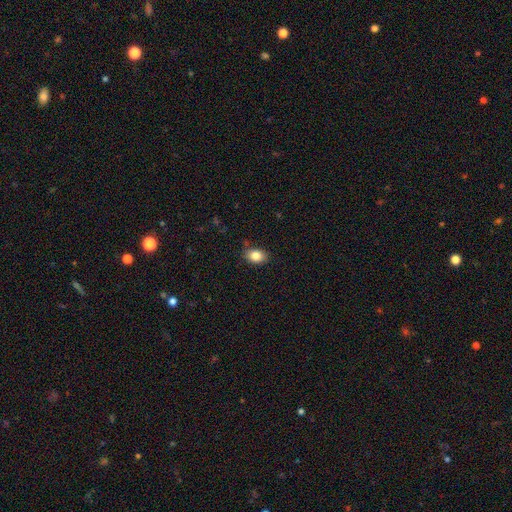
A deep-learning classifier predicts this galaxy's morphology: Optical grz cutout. It shows a smooth galaxy with no disk features (84%) that is in between round and cigar-shaped (76%). Merging: none (83%).